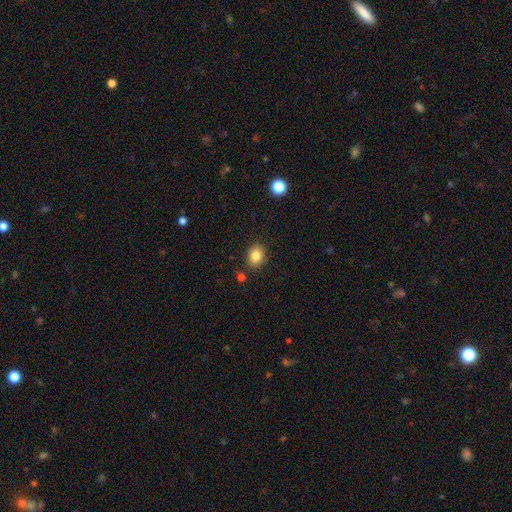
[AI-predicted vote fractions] Smooth or featured? smooth (85%)
How rounded? in between (52%)
Merging? none (85%)